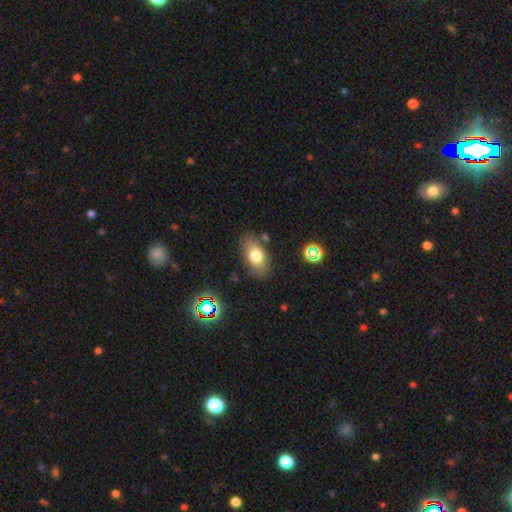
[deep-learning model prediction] Smooth or featured? Predicted: smooth (p=0.72). How rounded? Predicted: in between (p=0.88). Merging? Predicted: none (p=0.79).